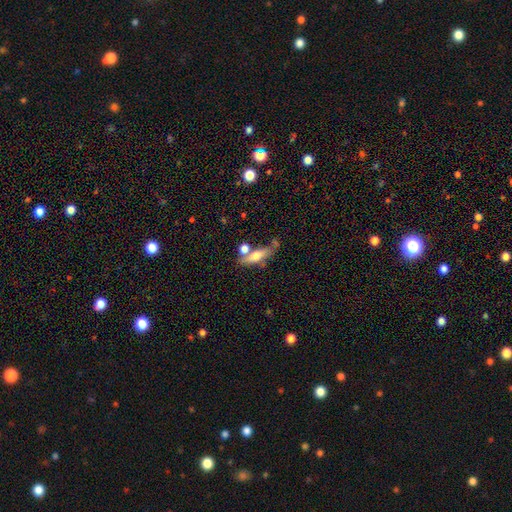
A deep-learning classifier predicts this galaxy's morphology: A smooth galaxy with no disk features (57%) that is cigar-shaped (50%).

Vote fractions:
- Smooth or featured? smooth: 57% / featured or disk: 35% / star or artifact: 8%
- How rounded? cigar-shaped: 50% / in between: 46% / round: 5%
- Merging? none: 53% / merger: 23% / minor disturbance: 16% / major disturbance: 7%